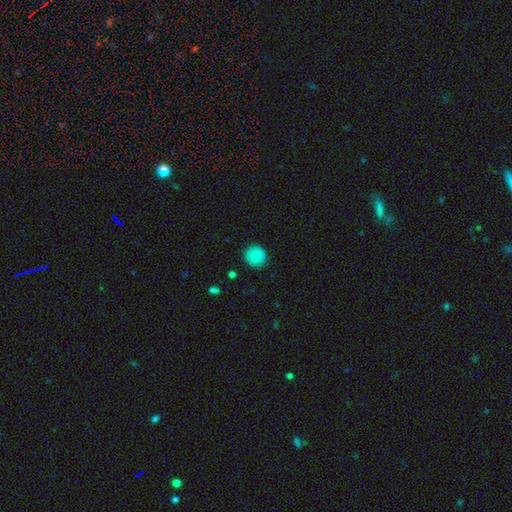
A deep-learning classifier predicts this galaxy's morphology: The model was most divided on "smooth or featured": smooth: 77%, featured or disk: 15%, star or artifact: 8%. More confident: how rounded — round (93%); merging — none (90%).